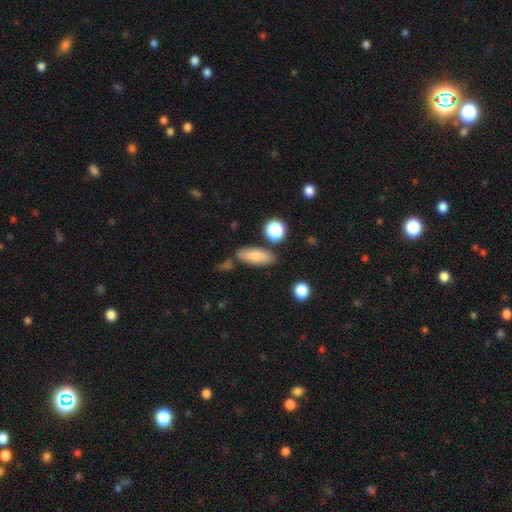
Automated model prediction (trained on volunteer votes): smooth-or-featured: smooth: 77% | featured or disk: 14% | star or artifact: 8%
  how-rounded: in between: 73% | cigar-shaped: 23% | round: 4%
  merging: none: 75% | minor disturbance: 14% | merger: 7% | major disturbance: 4%